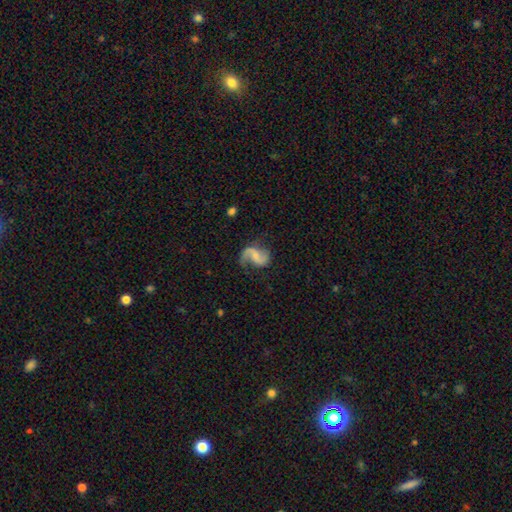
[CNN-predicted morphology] This appears to be a featured or disk galaxy (84%) with a weak bar (45%), 2 (84%) loose (57%) spiral arms (96%) and a small central bulge (45%). Merging: none (65%).